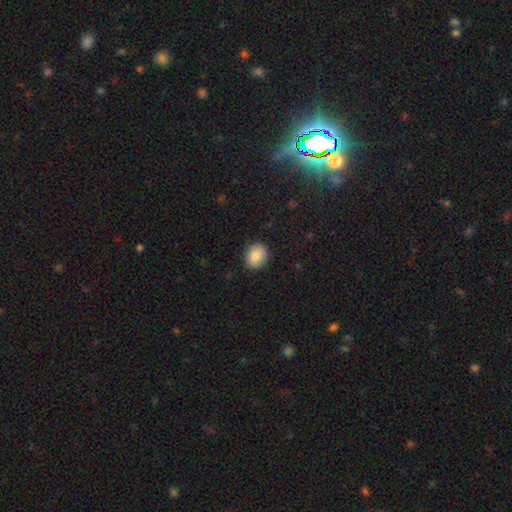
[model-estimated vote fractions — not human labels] Smooth or featured? smooth (85%)
How rounded? round (62%)
Merging? none (89%)